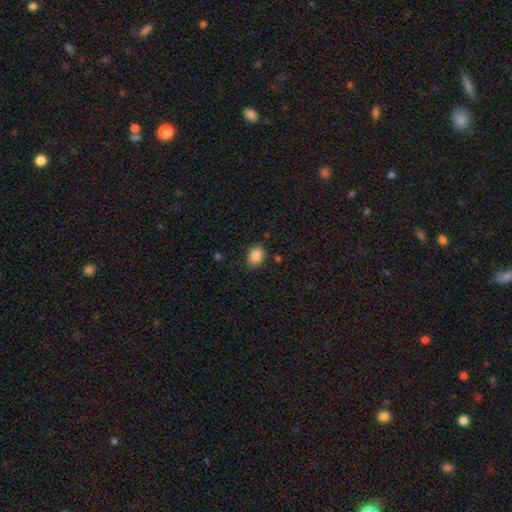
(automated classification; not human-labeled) Smooth or featured? smooth (88%)
How rounded? in between (62%)
Merging? none (82%)